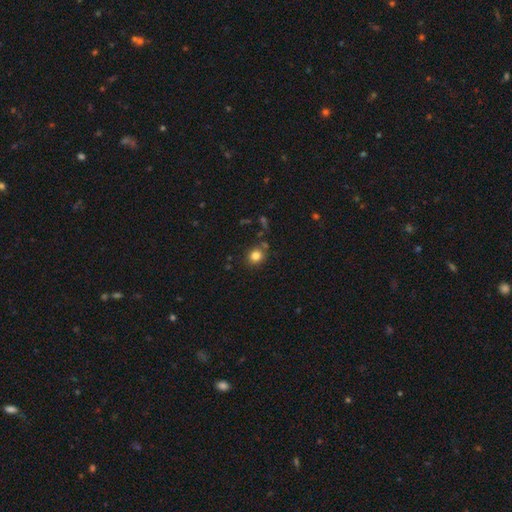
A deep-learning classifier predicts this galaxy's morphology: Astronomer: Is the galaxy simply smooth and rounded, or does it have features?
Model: smooth — 82%.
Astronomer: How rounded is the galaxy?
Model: round — 77%.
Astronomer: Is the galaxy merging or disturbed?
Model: none — 80%.